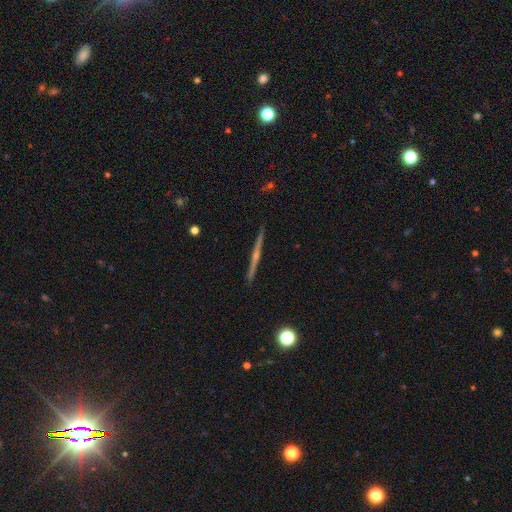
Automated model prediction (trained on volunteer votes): This appears to be a featured or disk galaxy (60%) viewed edge-on (94%) with a rounded central bulge (55%). Merging: none (87%).